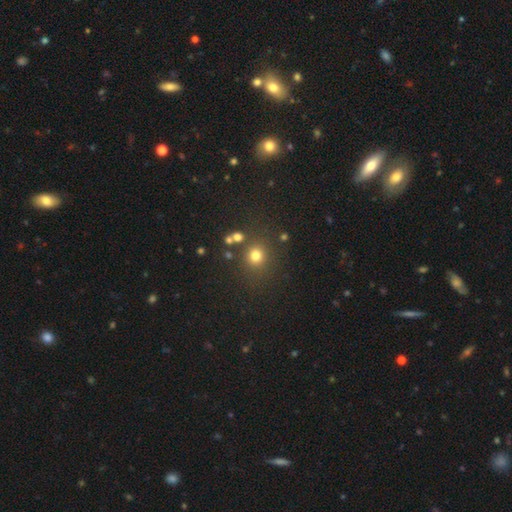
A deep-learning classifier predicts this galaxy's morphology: A smooth galaxy with no disk features (75%) that is round (87%). Merging: none (79%).